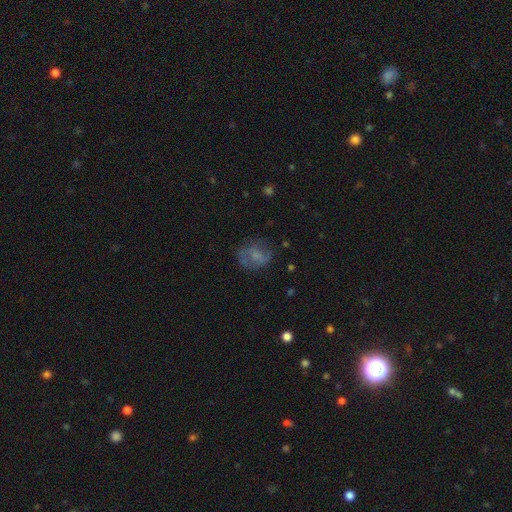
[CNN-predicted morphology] smooth 49%, featured or disk 40%, star or artifact 12%. Down the decision tree: merging — none (59%).